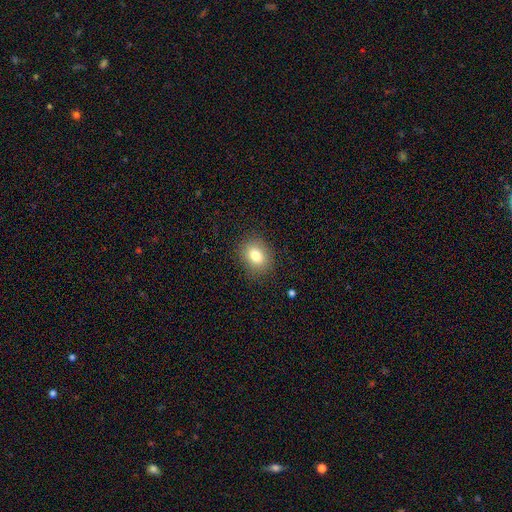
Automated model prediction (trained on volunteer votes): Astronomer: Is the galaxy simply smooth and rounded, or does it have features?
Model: smooth — 80%.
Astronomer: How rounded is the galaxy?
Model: in between — 54% (runner-up: round, 45%).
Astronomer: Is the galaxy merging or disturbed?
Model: none — 86%.